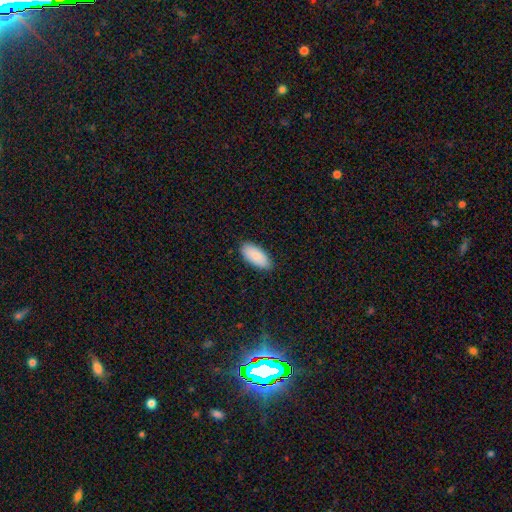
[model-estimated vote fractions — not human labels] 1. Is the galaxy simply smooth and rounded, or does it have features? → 89% smooth, 6% star or artifact, 5% featured or disk.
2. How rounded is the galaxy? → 90% in between, 8% cigar-shaped, 2% round.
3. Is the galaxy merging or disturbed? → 87% none, 10% minor disturbance, 2% major disturbance, 1% merger.